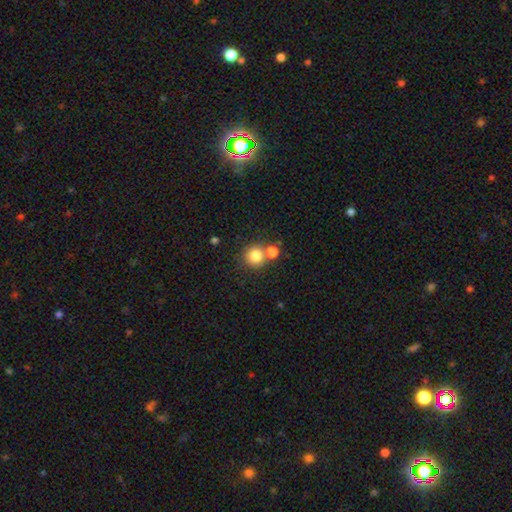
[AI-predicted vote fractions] This appears to be a smooth galaxy with no disk features (82%) that is round (93%). Merging: none (63%).